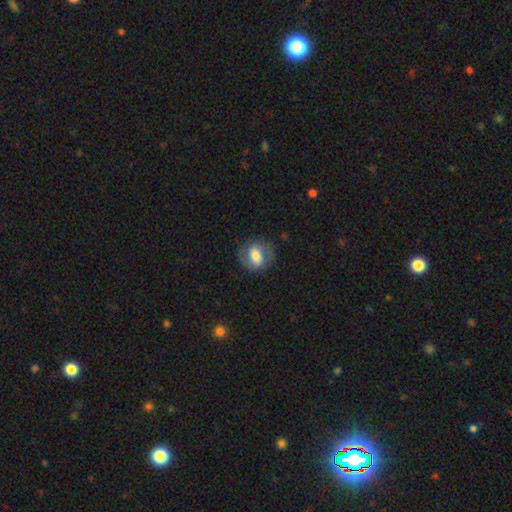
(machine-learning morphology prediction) Smooth or featured? smooth (57%)
How rounded? in between (52%)
Merging? none (77%)